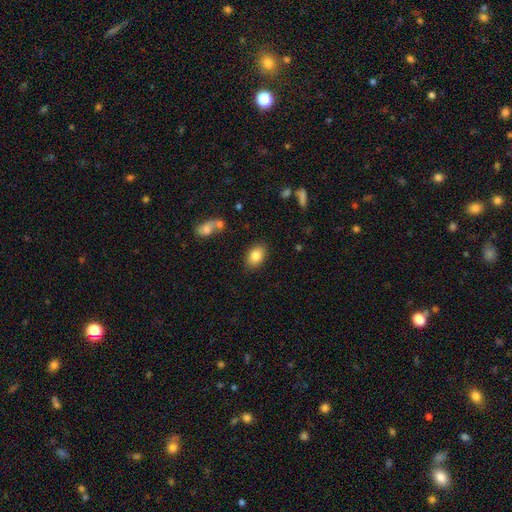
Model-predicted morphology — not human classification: This is clearly a smooth galaxy (83%). How rounded: clearly in between (85%). Merging: clearly none (85%).